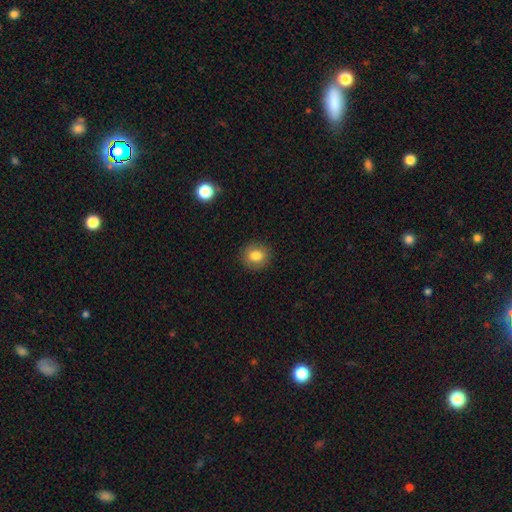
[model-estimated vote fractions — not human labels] Overall: smooth (82%). How rounded: round (85%). Merging: none (89%).